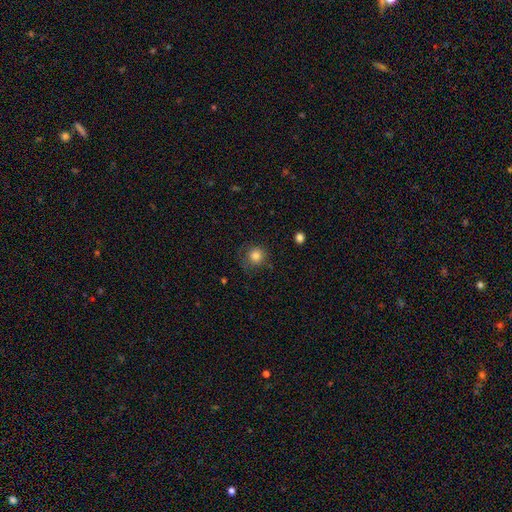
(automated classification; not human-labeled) Smooth or featured?
  - smooth: 82% *
  - star or artifact: 11%
  - featured or disk: 7%
How rounded?
  - round: 92% *
  - in between: 7%
  - cigar-shaped: 1%
Merging?
  - none: 75% *
  - minor disturbance: 16%
  - major disturbance: 7%
  - merger: 2%